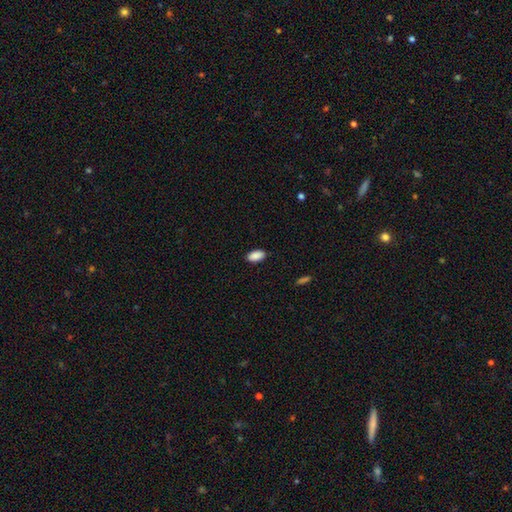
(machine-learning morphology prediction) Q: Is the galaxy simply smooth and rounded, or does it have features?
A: smooth — 90%.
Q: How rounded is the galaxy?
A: in between — 92%.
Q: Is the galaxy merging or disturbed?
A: none — 87%.